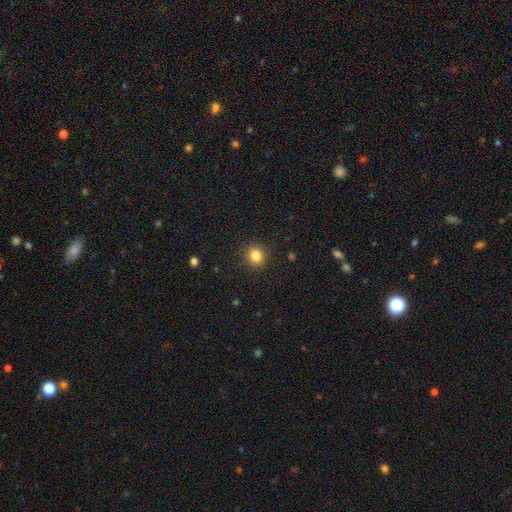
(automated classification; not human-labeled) The model was most divided on "how rounded": round: 80%, in between: 19%, cigar-shaped: 1%. More confident: merging — none (89%); smooth or featured — smooth (83%).